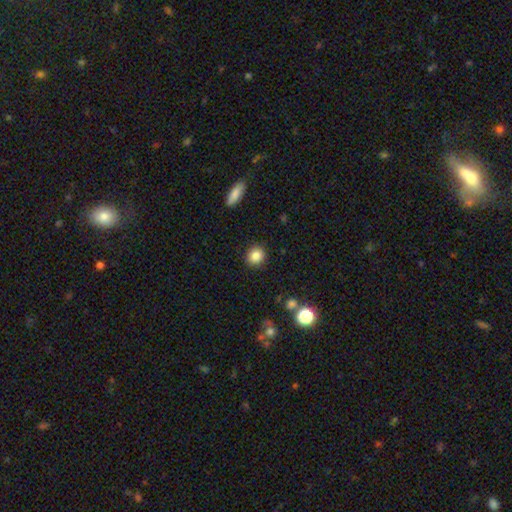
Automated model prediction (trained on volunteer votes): Smooth or featured?
  - smooth: 85% *
  - star or artifact: 10%
  - featured or disk: 5%
How rounded?
  - round: 83% *
  - in between: 16%
  - cigar-shaped: 1%
Merging?
  - none: 90% *
  - minor disturbance: 6%
  - major disturbance: 2%
  - merger: 1%